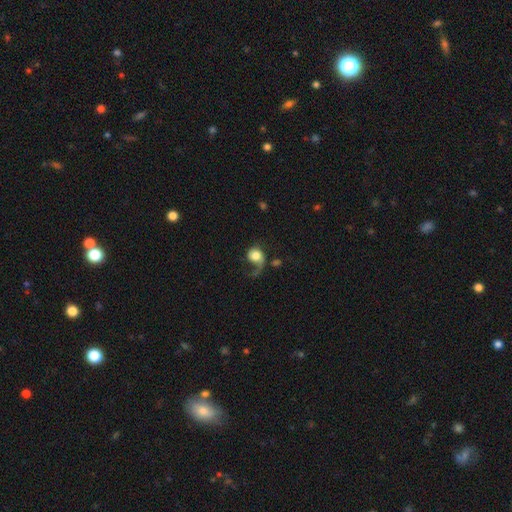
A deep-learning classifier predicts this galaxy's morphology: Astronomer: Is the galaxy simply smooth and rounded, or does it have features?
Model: smooth — 50% (runner-up: featured or disk, 42%).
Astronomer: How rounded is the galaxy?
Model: round — 71%.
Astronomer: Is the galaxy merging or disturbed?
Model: major disturbance — 51% (runner-up: none, 27%).